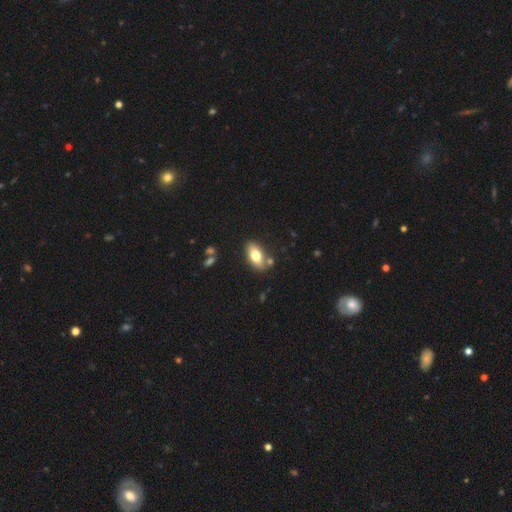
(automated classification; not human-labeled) smooth 73%, featured or disk 20%, star or artifact 7%. Down the decision tree: how rounded — in between (88%); merging — none (78%).